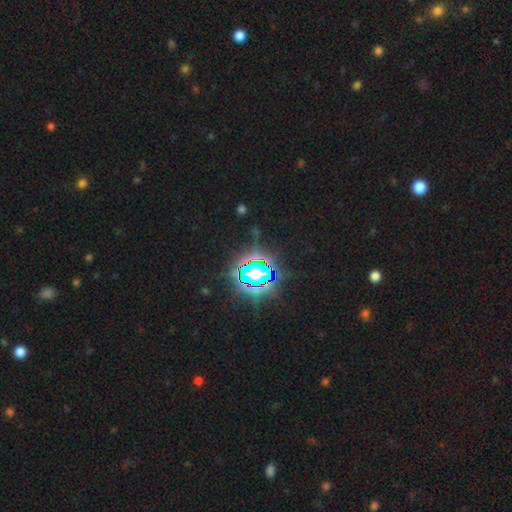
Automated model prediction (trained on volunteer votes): Overall: star or artifact (83%).